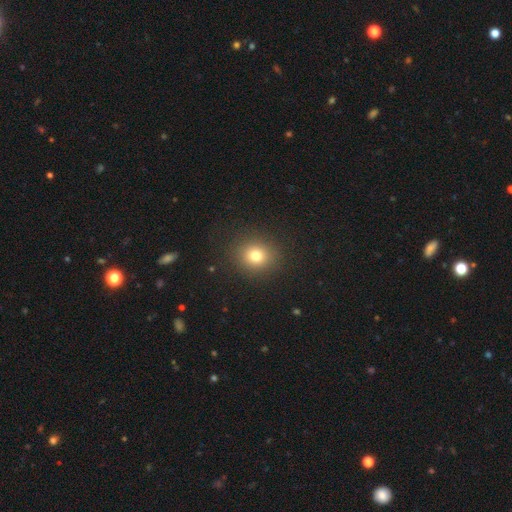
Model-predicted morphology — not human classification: Smooth or featured? smooth (76%)
How rounded? round (84%)
Merging? none (89%)